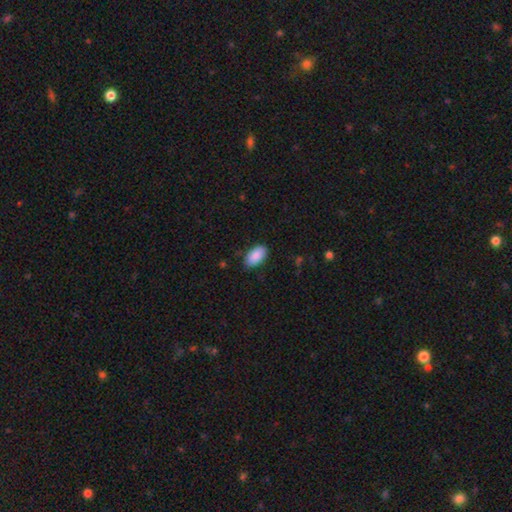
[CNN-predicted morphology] Smooth or featured?
  - smooth: 89% *
  - star or artifact: 6%
  - featured or disk: 4%
How rounded?
  - in between: 95% *
  - round: 3%
  - cigar-shaped: 2%
Merging?
  - none: 83% *
  - minor disturbance: 14%
  - major disturbance: 3%
  - merger: 1%